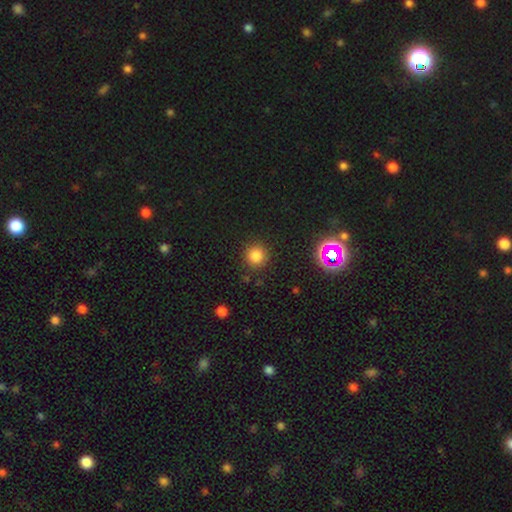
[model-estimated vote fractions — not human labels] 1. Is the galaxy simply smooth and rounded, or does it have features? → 79% smooth, 15% star or artifact, 5% featured or disk.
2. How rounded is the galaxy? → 93% round, 6% in between, 1% cigar-shaped.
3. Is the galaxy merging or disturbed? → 88% none, 7% minor disturbance, 3% major disturbance, 2% merger.